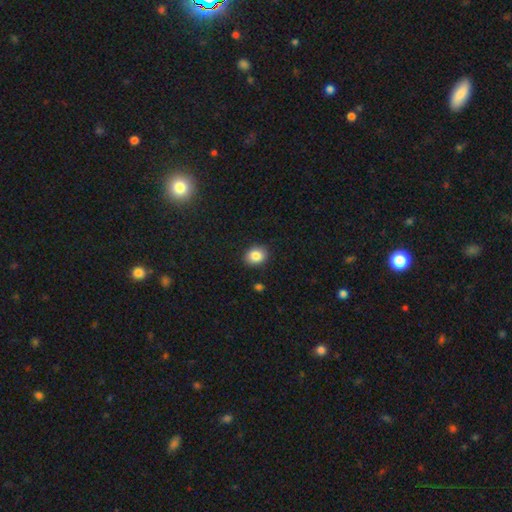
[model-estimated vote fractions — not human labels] The model was most divided on "how rounded": round: 52%, in between: 47%, cigar-shaped: 1%. More confident: merging — none (88%); smooth or featured — smooth (86%).